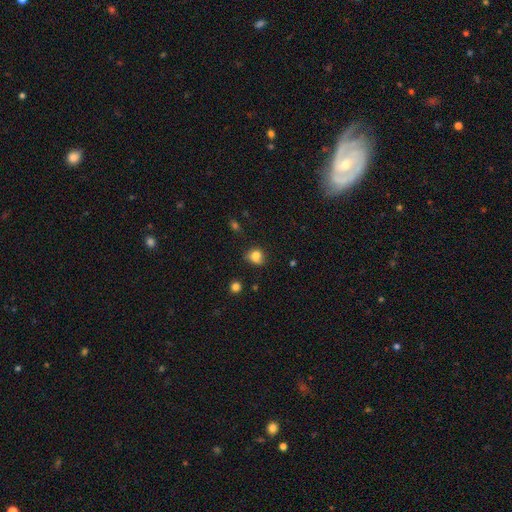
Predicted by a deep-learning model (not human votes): A smooth galaxy with no disk features (80%) that is round (64%).

Vote fractions:
- Smooth or featured? smooth: 80% / star or artifact: 12% / featured or disk: 8%
- How rounded? round: 64% / in between: 35% / cigar-shaped: 1%
- Merging? none: 53% / minor disturbance: 29% / major disturbance: 9% / merger: 8%